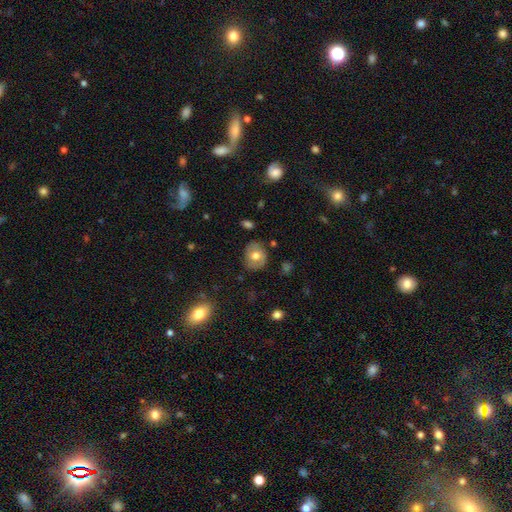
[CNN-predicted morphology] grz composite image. It shows a smooth galaxy with no disk features (58%) that is round (60%). Merging: none (78%).